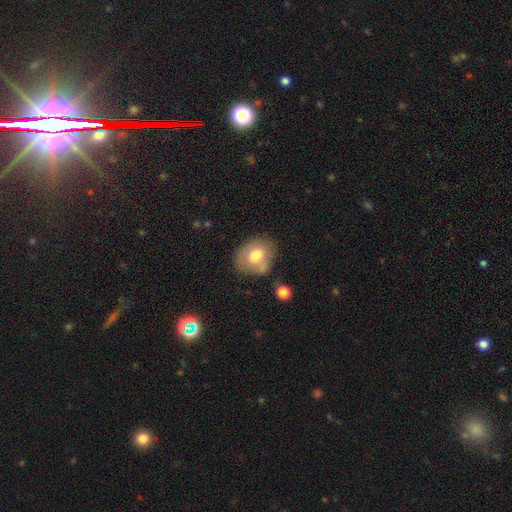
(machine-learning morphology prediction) The model was most divided on "how rounded": in between: 51%, round: 48%, cigar-shaped: 1%. More confident: smooth or featured — smooth (71%); merging — none (64%).